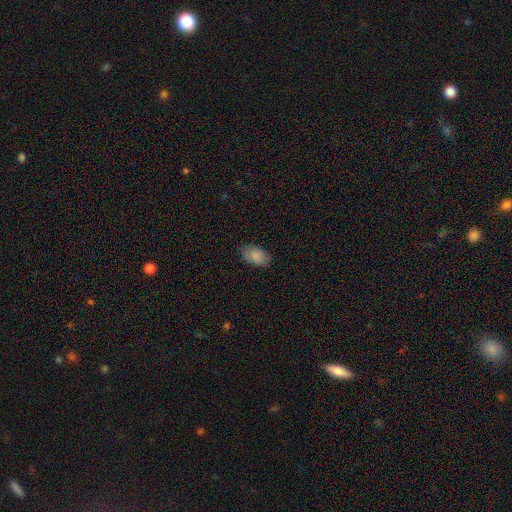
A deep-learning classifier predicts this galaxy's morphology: This is clearly a smooth galaxy (87%). How rounded: clearly in between (93%). Merging: clearly none (83%).